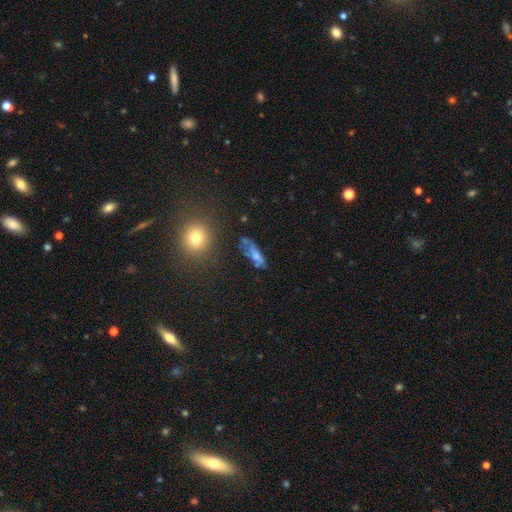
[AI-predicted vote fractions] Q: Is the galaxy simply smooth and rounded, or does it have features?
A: smooth — 55%.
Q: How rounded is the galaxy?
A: cigar-shaped — 49%.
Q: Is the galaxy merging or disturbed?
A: none — 54%.